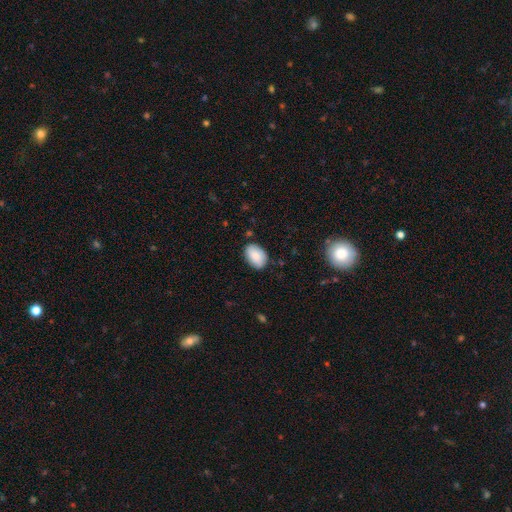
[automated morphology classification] This appears to be a smooth galaxy with no disk features (84%) that is in between round and cigar-shaped (87%). Merging: none (78%).